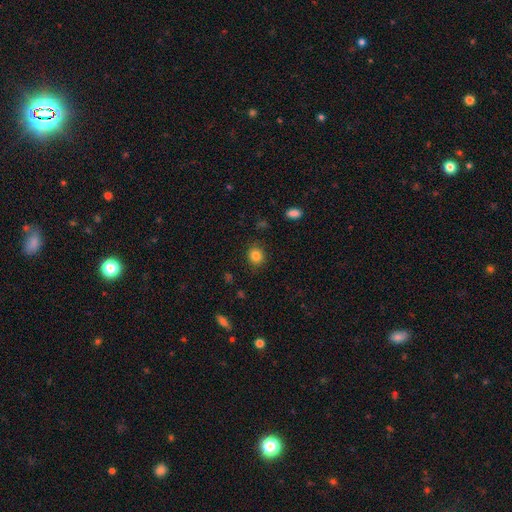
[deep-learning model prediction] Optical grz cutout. It shows a smooth galaxy with no disk features (84%) that is round (79%). Merging: none (87%).